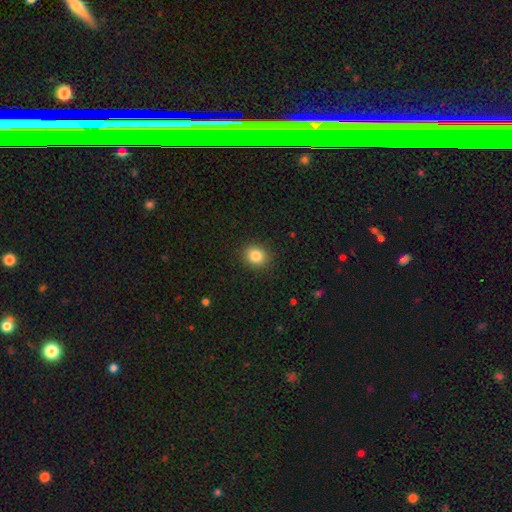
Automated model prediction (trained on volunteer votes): A smooth galaxy with no disk features (84%) that is round (70%).

Vote fractions:
- Smooth or featured? smooth: 84% / star or artifact: 10% / featured or disk: 6%
- How rounded? round: 70% / in between: 29% / cigar-shaped: 1%
- Merging? none: 91% / minor disturbance: 6% / major disturbance: 2% / merger: 1%